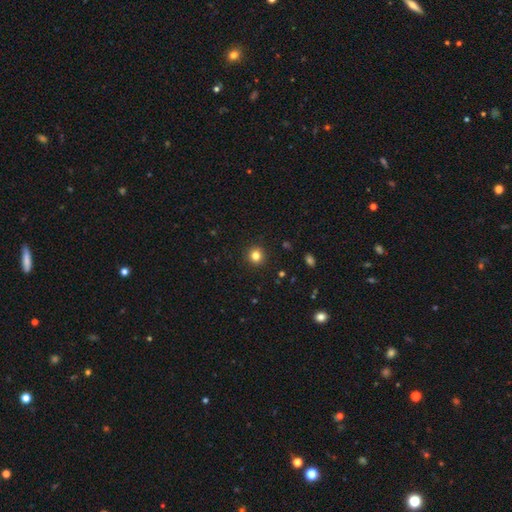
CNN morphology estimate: The model was most divided on "smooth or featured": smooth: 82%, star or artifact: 13%, featured or disk: 6%. More confident: how rounded — round (93%); merging — none (92%).